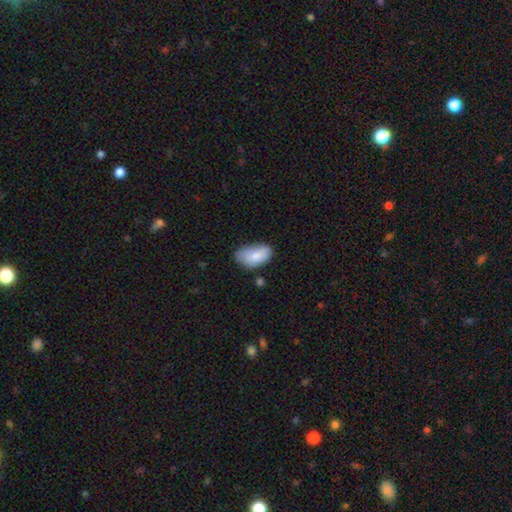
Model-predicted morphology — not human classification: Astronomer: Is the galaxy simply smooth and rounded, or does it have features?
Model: smooth — 80%.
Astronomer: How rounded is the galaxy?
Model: in between — 94%.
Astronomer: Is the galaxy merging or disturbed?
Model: none — 53% (runner-up: minor disturbance, 34%).